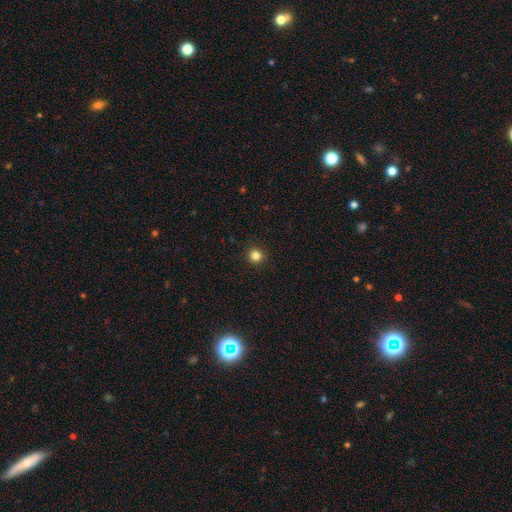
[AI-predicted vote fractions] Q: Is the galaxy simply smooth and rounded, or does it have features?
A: smooth — 83%.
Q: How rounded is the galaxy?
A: round — 93%.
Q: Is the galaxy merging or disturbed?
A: none — 93%.